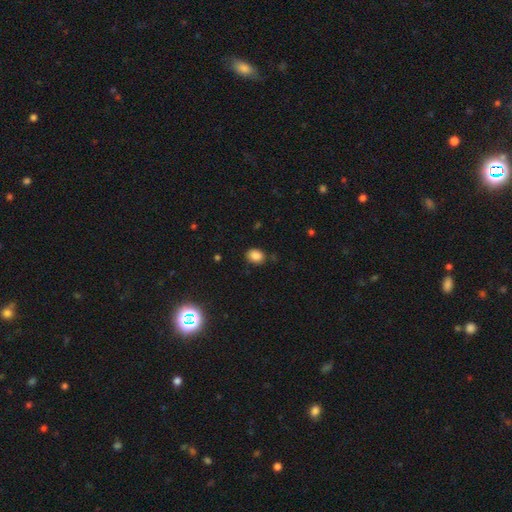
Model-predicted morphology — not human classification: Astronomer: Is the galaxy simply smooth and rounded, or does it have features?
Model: smooth — 85%.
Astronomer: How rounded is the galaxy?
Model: in between — 55% (runner-up: round, 44%).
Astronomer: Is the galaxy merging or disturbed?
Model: none — 84%.